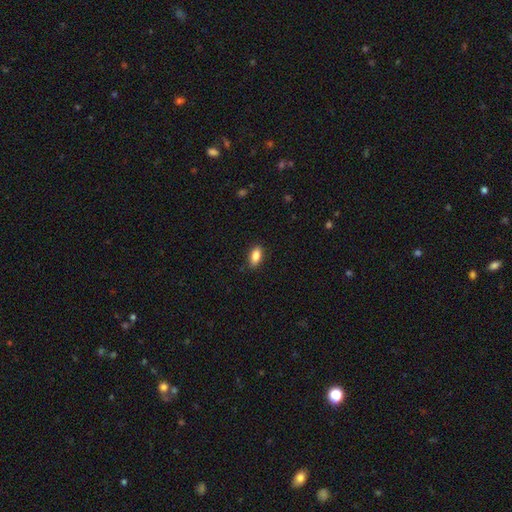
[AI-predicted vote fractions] Morphology: type=smooth (86%); roundness=in between (88%); merging=none (87%).